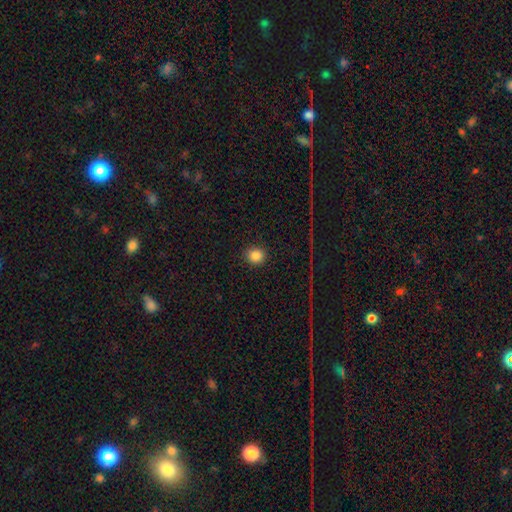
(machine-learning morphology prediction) Smooth or featured? Predicted: smooth (p=0.83). How rounded? Predicted: round (p=0.79). Merging? Predicted: none (p=0.89).